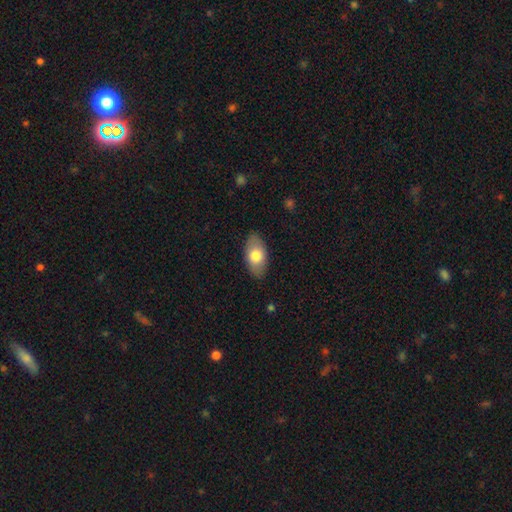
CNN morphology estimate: Overall: smooth (73%). How rounded: in between (93%). Merging: none (85%).